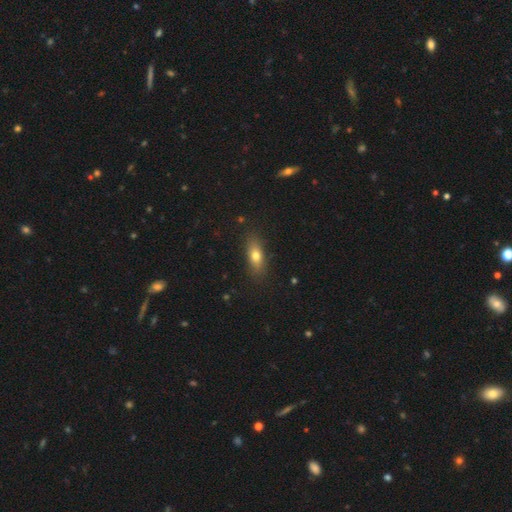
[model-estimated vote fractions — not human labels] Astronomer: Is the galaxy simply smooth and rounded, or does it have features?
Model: smooth — 73%.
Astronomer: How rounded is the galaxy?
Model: in between — 68%.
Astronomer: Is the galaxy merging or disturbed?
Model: none — 85%.